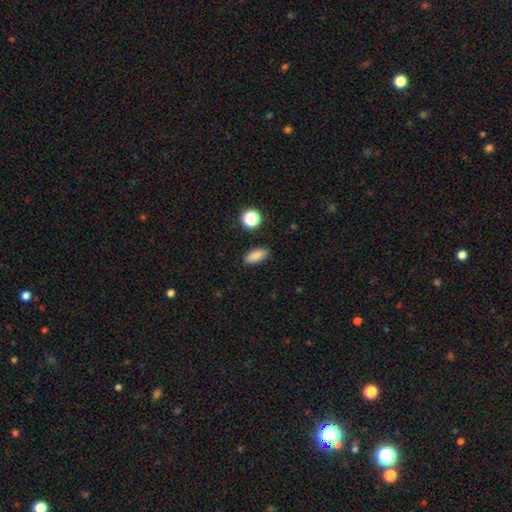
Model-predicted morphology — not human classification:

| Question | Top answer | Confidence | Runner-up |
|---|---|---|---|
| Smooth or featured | smooth | 85% | star or artifact (10%) |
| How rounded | in between | 84% | cigar-shaped (11%) |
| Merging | none | 88% | minor disturbance (8%) |